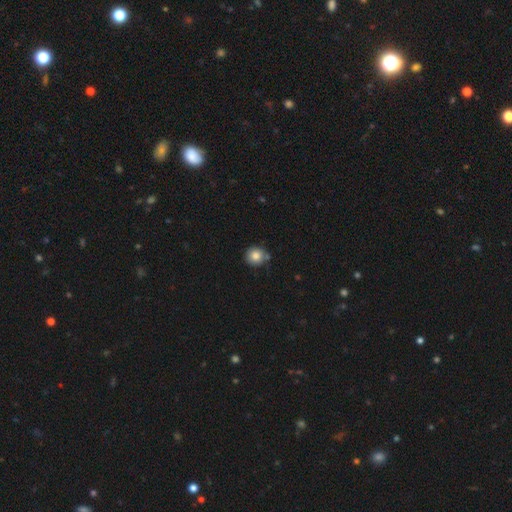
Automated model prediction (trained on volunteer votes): smooth_or_featured: smooth (p=0.83) [alt: star or artifact p=0.10]
how_rounded: round (p=0.90) [alt: in between p=0.09]
merging: none (p=0.74) [alt: minor disturbance p=0.14]